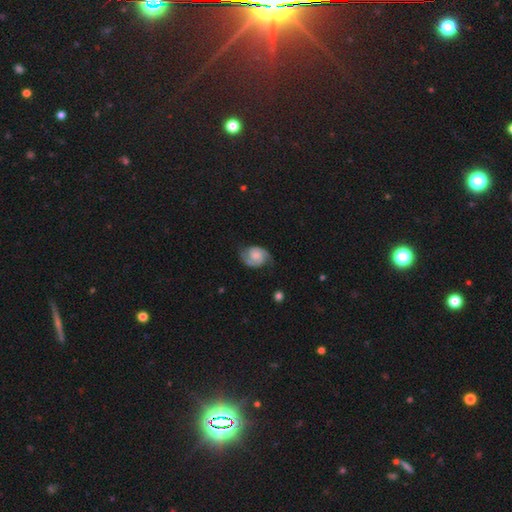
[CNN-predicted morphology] smooth-or-featured: featured or disk: 77% | smooth: 17% | star or artifact: 6%
  disk-edge-on: no: 98% | yes: 2%
    bar: no: 66% | weak: 29% | strong: 5%
    has-spiral-arms: yes: 95% | no: 5%
      spiral-winding: medium: 47% | tight: 36% | loose: 17%
      spiral-arm-count: 2: 89% | can't tell: 5% | 1: 3% | 3: 2% | 4: 1% | more than 4: 1%
    bulge-size: moderate: 33% | small: 28% | none: 23% | large: 14% | dominant: 3%
  merging: none: 70% | minor disturbance: 21% | major disturbance: 8% | merger: 2%